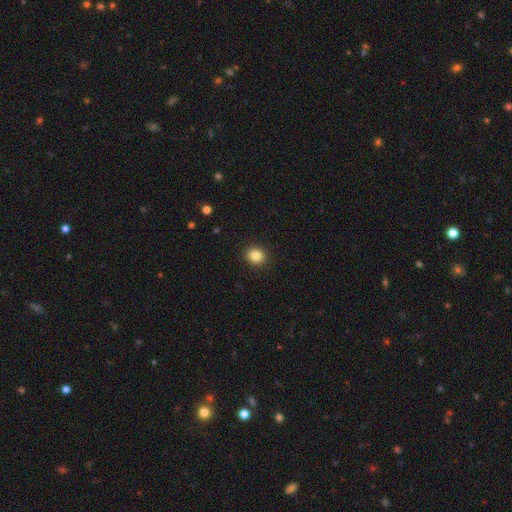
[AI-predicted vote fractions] A smooth galaxy with no disk features (84%) that is round (81%).

Vote fractions:
- Smooth or featured? smooth: 84% / star or artifact: 11% / featured or disk: 5%
- How rounded? round: 81% / in between: 18% / cigar-shaped: 1%
- Merging? none: 92% / minor disturbance: 5% / major disturbance: 2% / merger: 1%